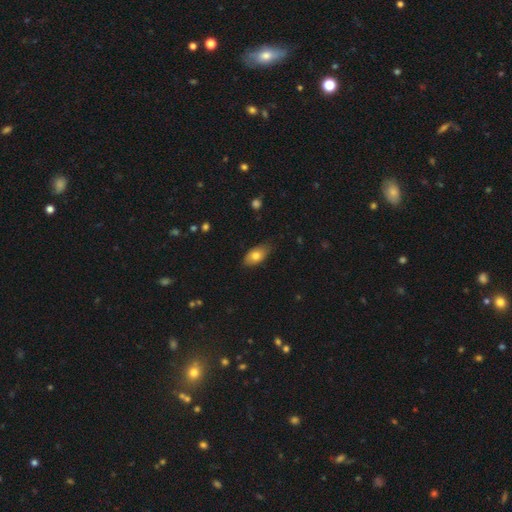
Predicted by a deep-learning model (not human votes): Smooth or featured? smooth (76%)
How rounded? in between (91%)
Merging? none (79%)